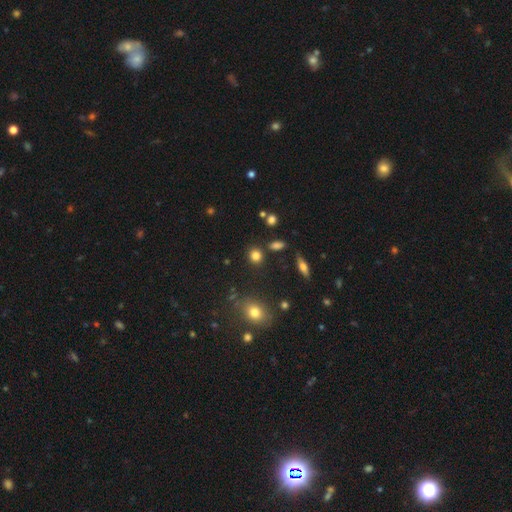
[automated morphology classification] Smooth or featured: smooth — 81% (star or artifact — 13%)
How rounded: round — 81% (in between — 18%)
Merging: none — 84% (minor disturbance — 8%)